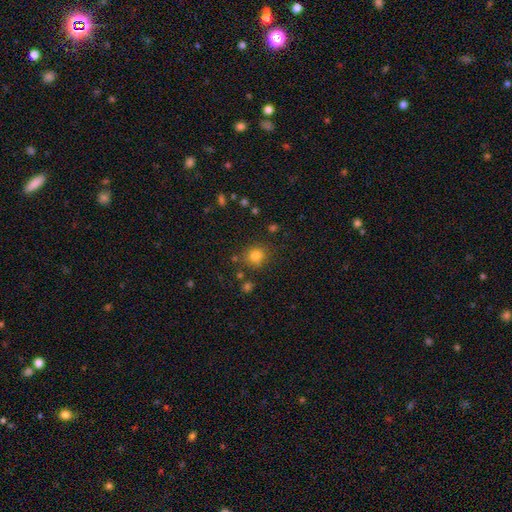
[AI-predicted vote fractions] Morphology: type=smooth (79%); roundness=round (83%); merging=none (80%).